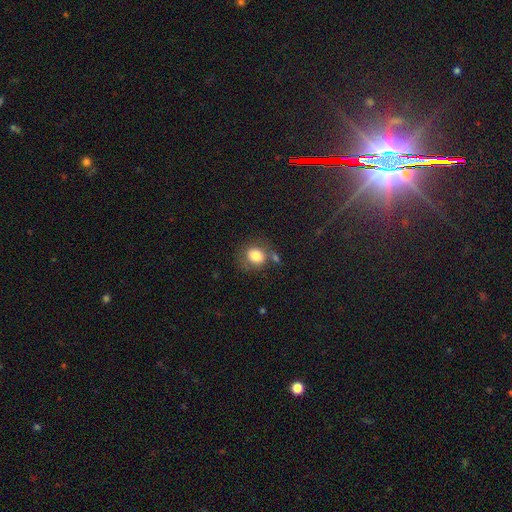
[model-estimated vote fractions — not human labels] A smooth galaxy with no disk features (81%) that is round (67%). Merging: none (61%).